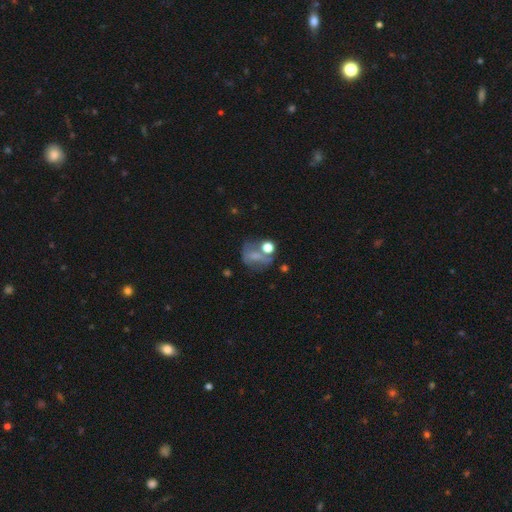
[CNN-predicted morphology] Smooth or featured?
  - smooth: 50% *
  - featured or disk: 30%
  - star or artifact: 20%
Merging?
  - none: 33% *
  - major disturbance: 28%
  - minor disturbance: 20%
  - merger: 19%